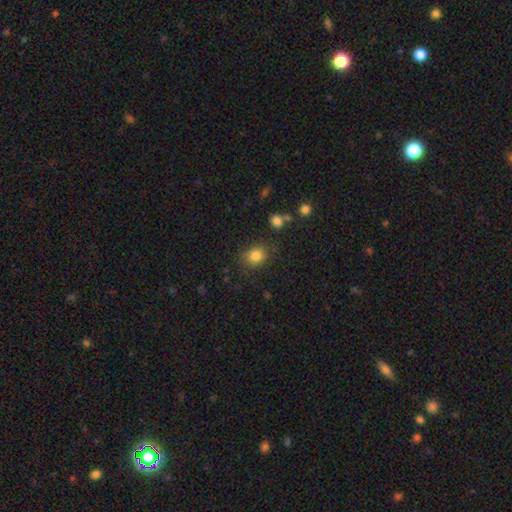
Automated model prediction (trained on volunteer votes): Q: Smooth or featured?
A: smooth (83%); runner-up: star or artifact (12%)
Q: How rounded?
A: round (65%); runner-up: in between (34%)
Q: Merging?
A: none (80%); runner-up: minor disturbance (13%)